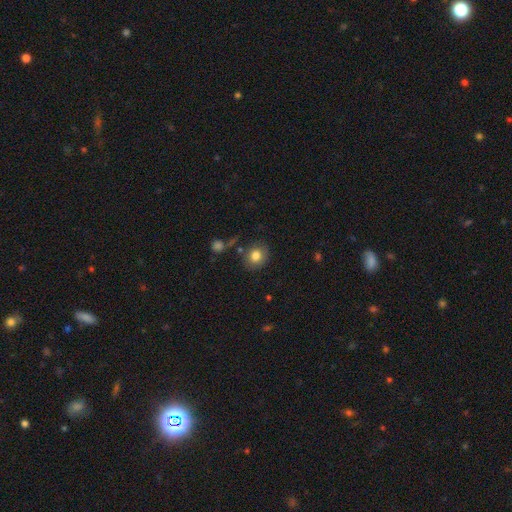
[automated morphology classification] This is clearly a smooth galaxy (81%). How rounded: likely round (69%). Merging: likely none (79%).